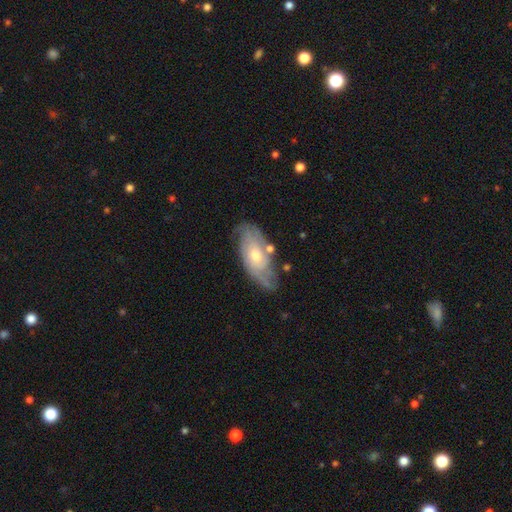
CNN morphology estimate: Smooth or featured?
  - featured or disk: 70% *
  - smooth: 24%
  - star or artifact: 6%
Edge-on disk?
  - no: 88% *
  - yes: 12%
Bar?
  - no: 73% *
  - weak: 23%
  - strong: 3%
Spiral arms?
  - yes: 85% *
  - no: 15%
Spiral winding?
  - tight: 54% *
  - medium: 33%
  - loose: 13%
Spiral arm count?
  - can't tell: 46% *
  - 2: 32%
  - 3: 10%
  - 4: 5%
  - 1: 4%
  - more than 4: 3%
Bulge size?
  - moderate: 61% *
  - small: 31%
  - large: 5%
  - none: 2%
  - dominant: 1%
Merging?
  - none: 66% *
  - minor disturbance: 22%
  - major disturbance: 7%
  - merger: 5%